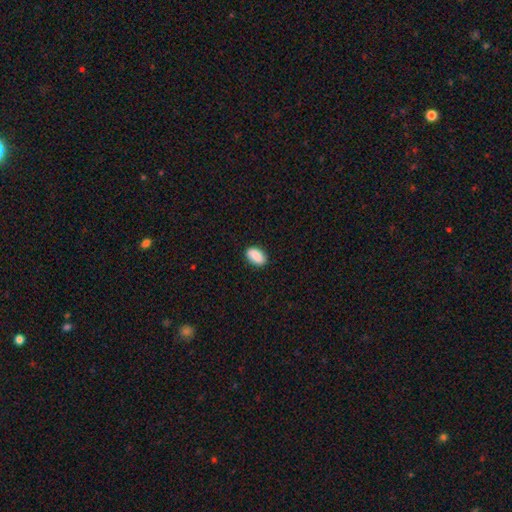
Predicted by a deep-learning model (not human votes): A smooth galaxy with no disk features (88%) that is in between round and cigar-shaped (92%).

Vote fractions:
- Smooth or featured? smooth: 88% / star or artifact: 7% / featured or disk: 5%
- How rounded? in between: 92% / round: 6% / cigar-shaped: 2%
- Merging? none: 87% / minor disturbance: 10% / major disturbance: 2% / merger: 1%